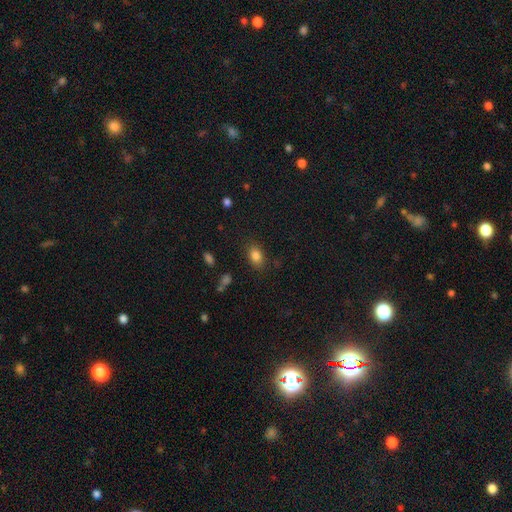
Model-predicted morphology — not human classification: This is clearly a smooth galaxy (83%). How rounded: likely in between (79%). Merging: clearly none (83%).